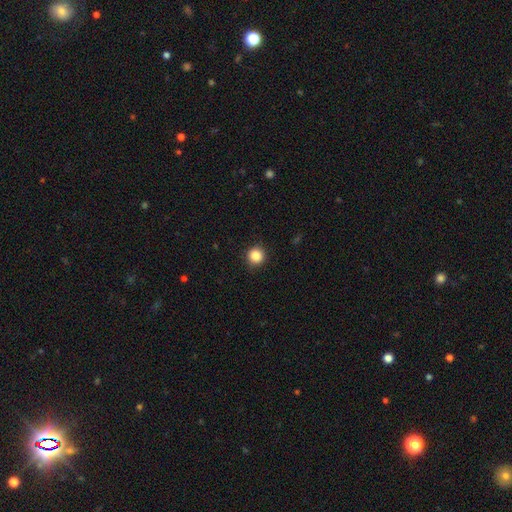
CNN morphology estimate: Smooth or featured? Predicted: smooth (p=0.86). How rounded? Predicted: round (p=0.94). Merging? Predicted: none (p=0.91).